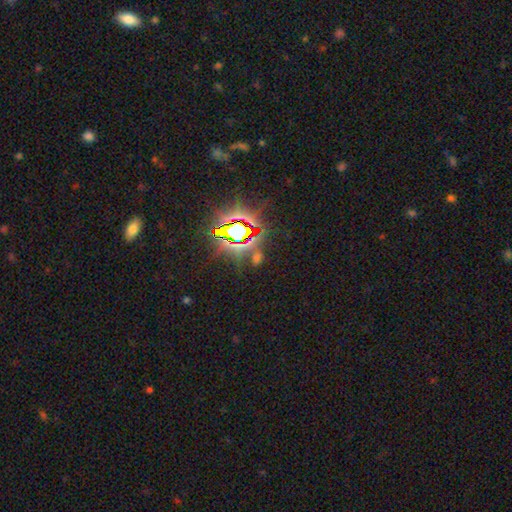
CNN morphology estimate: smooth_or_featured: star or artifact (p=0.80) [alt: smooth p=0.11]